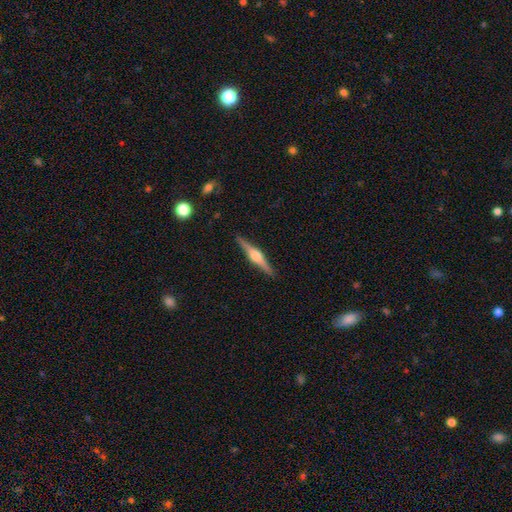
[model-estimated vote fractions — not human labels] Smooth or featured? featured or disk (77%)
Edge-on disk? yes (98%)
Edge-on bulge? rounded (91%)
Merging? none (91%)